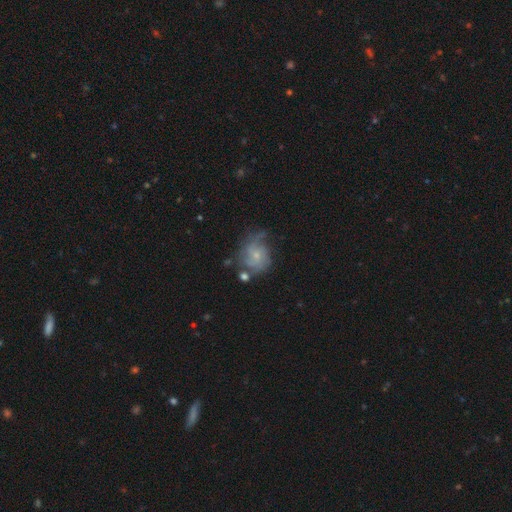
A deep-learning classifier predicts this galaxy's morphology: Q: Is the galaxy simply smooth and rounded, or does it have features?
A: featured or disk — 60%.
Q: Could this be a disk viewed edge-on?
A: no — 98%.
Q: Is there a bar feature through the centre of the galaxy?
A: no — 74%.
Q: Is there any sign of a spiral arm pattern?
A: yes — 81%.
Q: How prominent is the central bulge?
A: small — 73%.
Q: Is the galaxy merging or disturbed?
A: none — 44%.